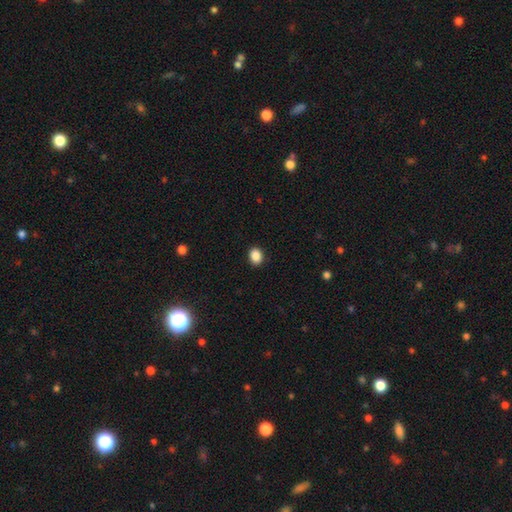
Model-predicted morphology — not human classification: A smooth galaxy with no disk features (89%) that is in between round and cigar-shaped (53%). Merging: none (91%).